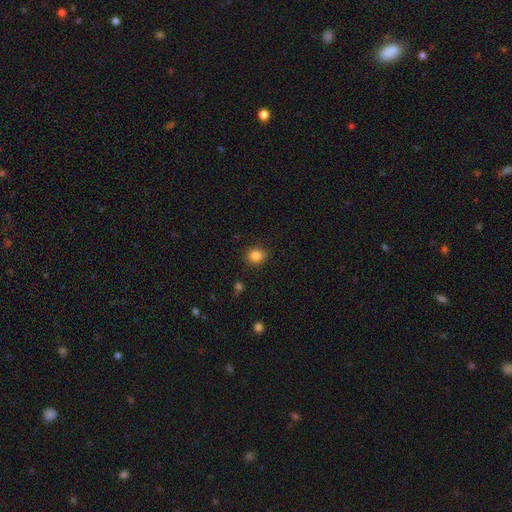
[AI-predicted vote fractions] Smooth or featured? smooth (84%)
How rounded? round (82%)
Merging? none (86%)